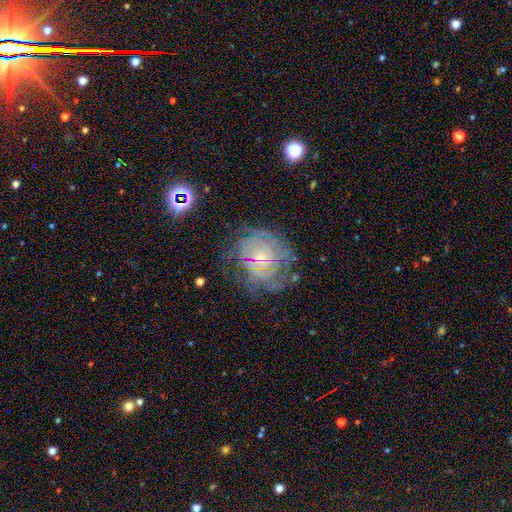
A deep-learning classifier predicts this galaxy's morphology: Smooth or featured?
  - featured or disk: 61% *
  - star or artifact: 22%
  - smooth: 17%
Edge-on disk?
  - no: 96% *
  - yes: 4%
Bar?
  - no: 77% *
  - weak: 18%
  - strong: 5%
Spiral arms?
  - yes: 84% *
  - no: 16%
Bulge size?
  - small: 62% *
  - moderate: 32%
  - none: 2%
  - large: 2%
  - dominant: 1%
Merging?
  - none: 74% *
  - minor disturbance: 16%
  - major disturbance: 8%
  - merger: 2%